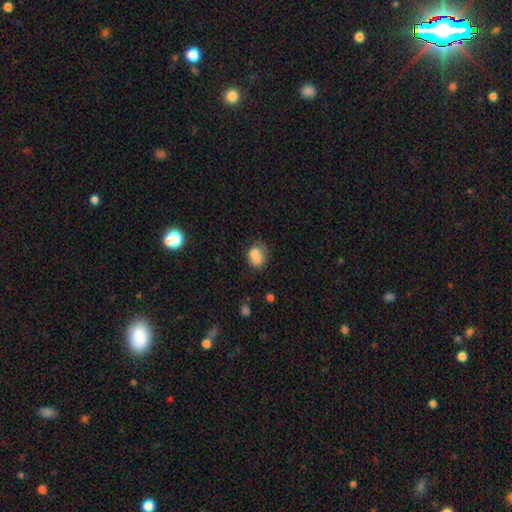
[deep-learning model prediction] This appears to be a smooth galaxy with no disk features (77%) that is round (56%). Merging: none (48%).